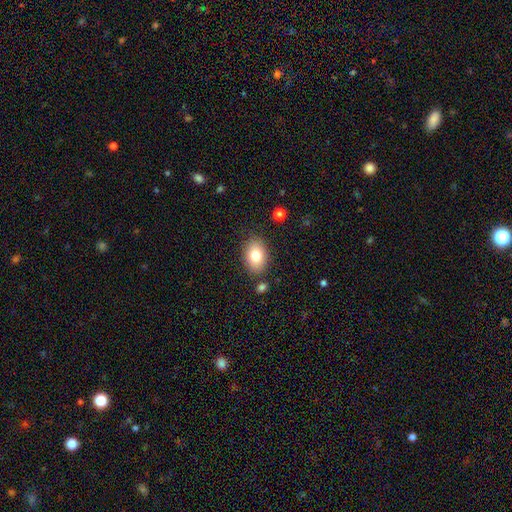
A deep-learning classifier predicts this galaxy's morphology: Smooth or featured: smooth — 81% (featured or disk — 11%)
How rounded: in between — 83% (round — 16%)
Merging: none — 83% (minor disturbance — 11%)